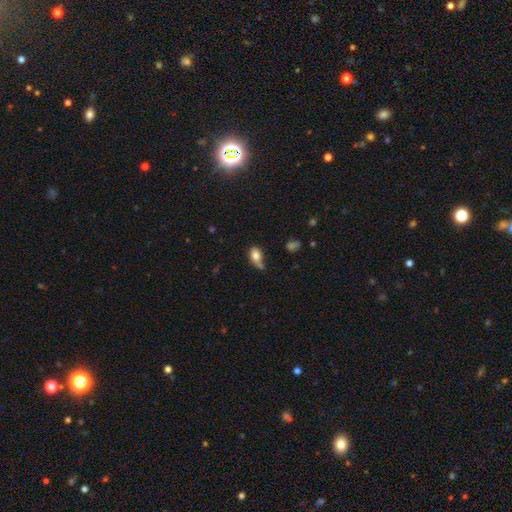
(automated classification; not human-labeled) smooth 79%, featured or disk 11%, star or artifact 9%. Down the decision tree: how rounded — in between (79%); merging — none (40%).